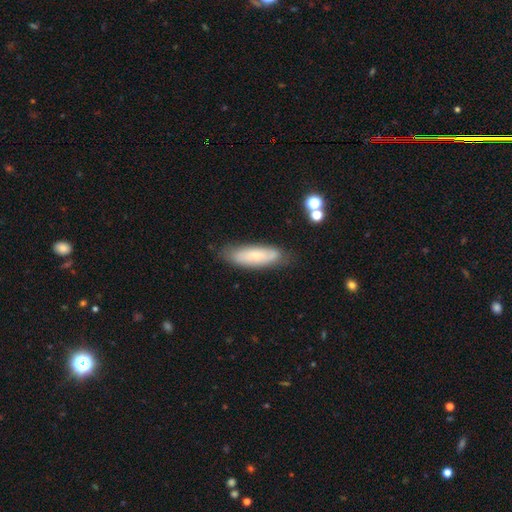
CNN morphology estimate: Smooth or featured: smooth — 63% (featured or disk — 30%)
How rounded: in between — 50% (cigar-shaped — 48%)
Merging: none — 76% (minor disturbance — 18%)